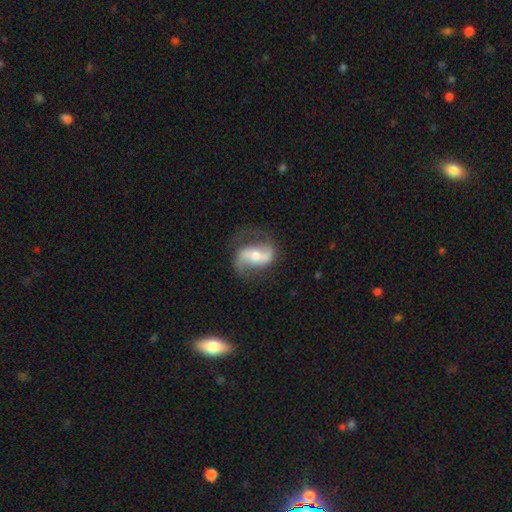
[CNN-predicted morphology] The model was most divided on "bar": strong: 40%, weak: 33%, no: 27%. More confident: edge-on disk — no (96%); spiral arms — yes (94%); spiral arm count — 2 (89%); smooth or featured — featured or disk (83%); merging — none (69%); bulge size — moderate (54%); spiral winding — loose (52%).